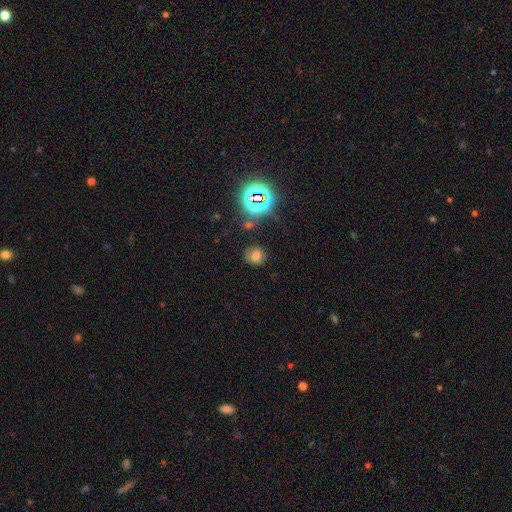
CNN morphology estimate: This is likely a smooth galaxy (65%). How rounded: likely round (77%). Merging: likely none (78%).